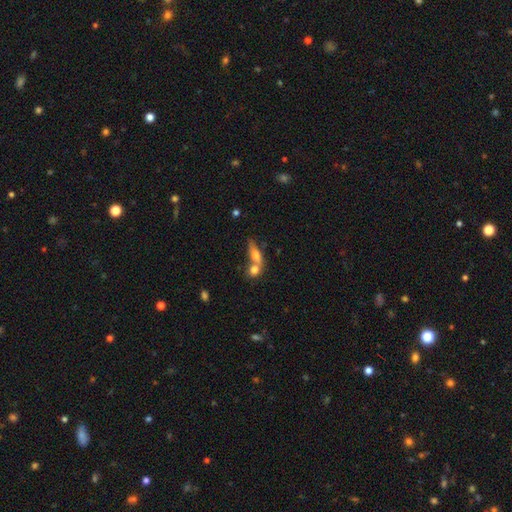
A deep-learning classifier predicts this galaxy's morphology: Smooth or featured?
  - smooth: 64% *
  - featured or disk: 27%
  - star or artifact: 9%
How rounded?
  - in between: 60% *
  - cigar-shaped: 25%
  - round: 15%
Merging?
  - merger: 59% *
  - none: 27%
  - minor disturbance: 8%
  - major disturbance: 5%